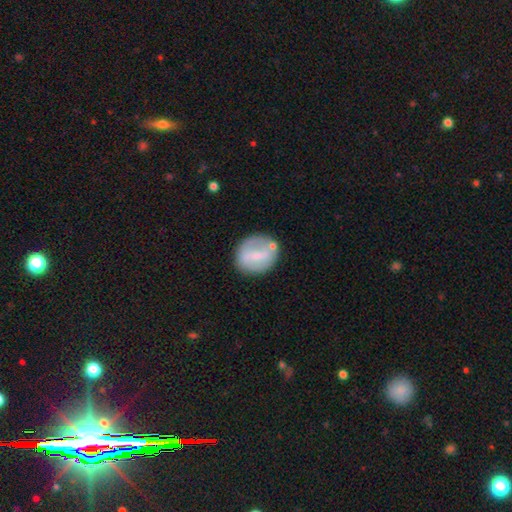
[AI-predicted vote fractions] Morphology: type=smooth (54%); roundness=round (64%); merging=none (68%).